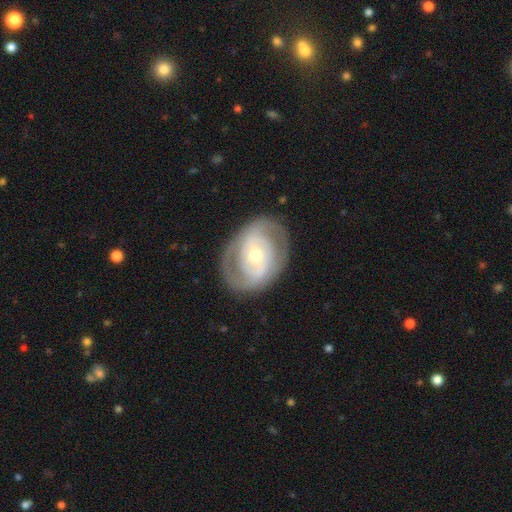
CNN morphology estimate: Smooth or featured: featured or disk — 75% (smooth — 20%)
Edge-on disk: no — 95% (yes — 5%)
Bar: no — 59% (weak — 28%)
Spiral arms: yes — 70% (no — 30%)
Bulge size: moderate — 54% (small — 41%)
Merging: none — 79% (minor disturbance — 13%)